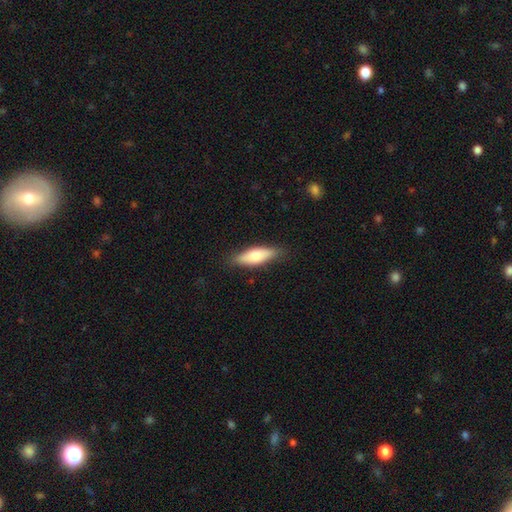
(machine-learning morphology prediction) The model was most divided on "how rounded": in between: 58%, cigar-shaped: 39%, round: 2%. More confident: merging — none (82%); smooth or featured — smooth (68%).